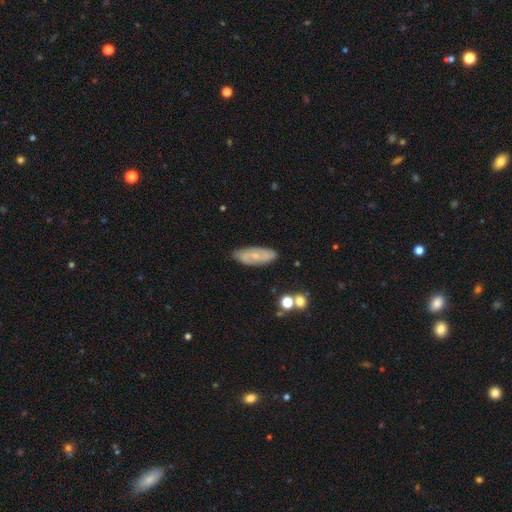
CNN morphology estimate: type=featured or disk (48%); merging=none (83%).